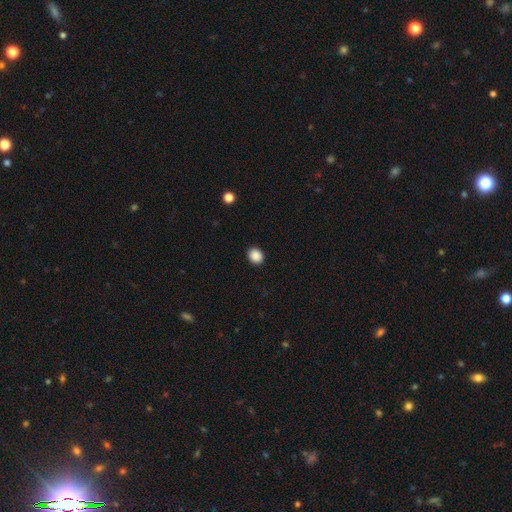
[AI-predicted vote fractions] This appears to be a smooth galaxy with no disk features (89%) that is round (63%). Merging: none (92%).